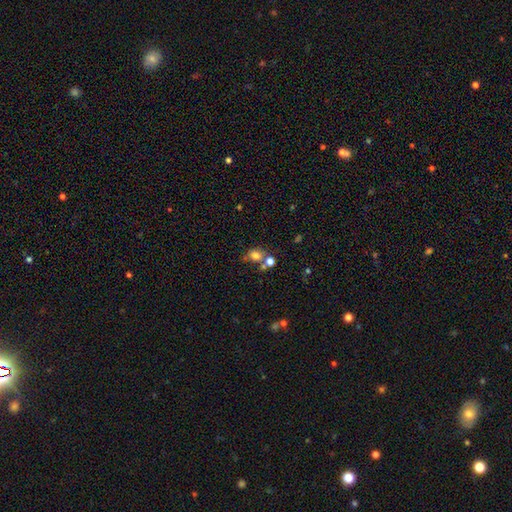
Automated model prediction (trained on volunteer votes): smooth_or_featured: smooth (p=0.74) [alt: star or artifact p=0.14]
how_rounded: round (p=0.65) [alt: in between p=0.34]
merging: none (p=0.51) [alt: merger p=0.28]